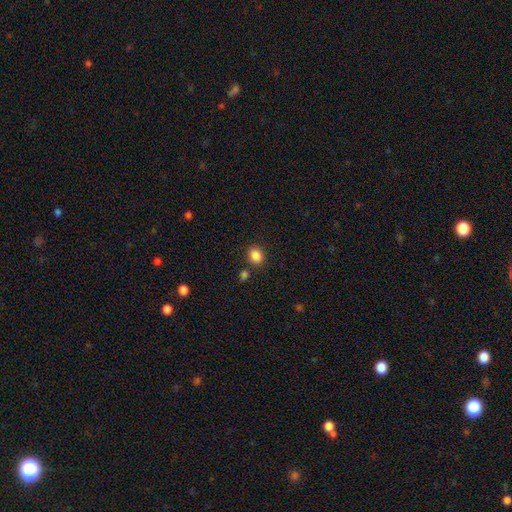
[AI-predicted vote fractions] Smooth or featured? Predicted: smooth (p=0.87). How rounded? Predicted: round (p=0.50). Merging? Predicted: none (p=0.79).